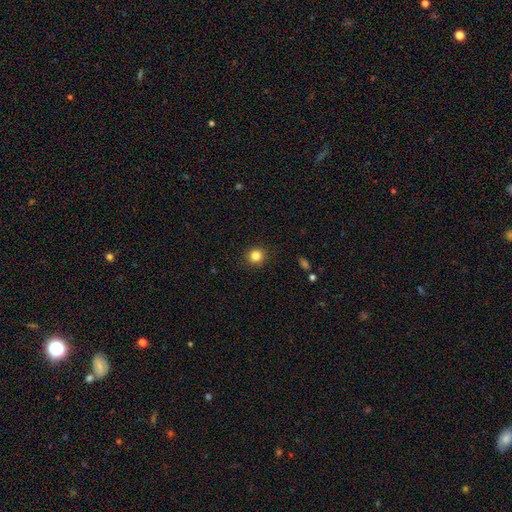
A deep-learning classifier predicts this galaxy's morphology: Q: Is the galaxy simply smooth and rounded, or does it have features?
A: smooth — 84%.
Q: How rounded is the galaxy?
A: round — 92%.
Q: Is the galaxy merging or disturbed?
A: none — 91%.